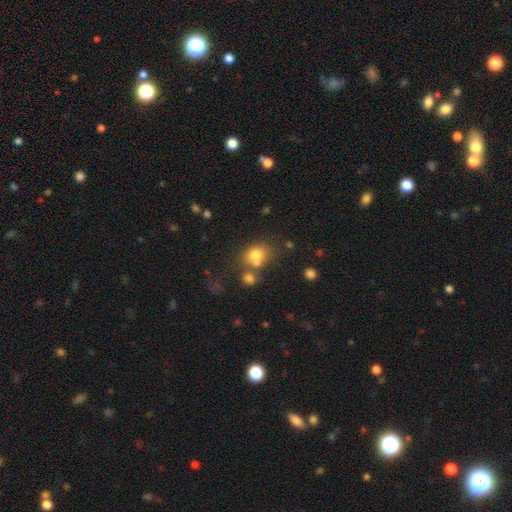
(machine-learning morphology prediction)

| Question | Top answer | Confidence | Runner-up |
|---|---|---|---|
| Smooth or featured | smooth | 76% | star or artifact (13%) |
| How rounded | in between | 51% | round (48%) |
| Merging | none | 51% | merger (28%) |